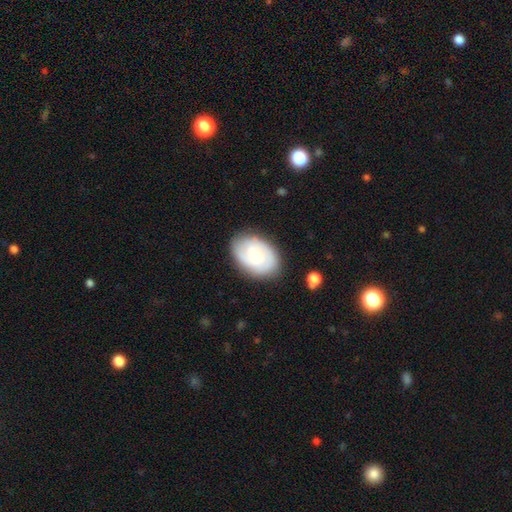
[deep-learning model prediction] Smooth or featured: featured or disk — 51% (smooth — 43%)
Edge-on disk: no — 96% (yes — 4%)
Merging: none — 81% (minor disturbance — 14%)